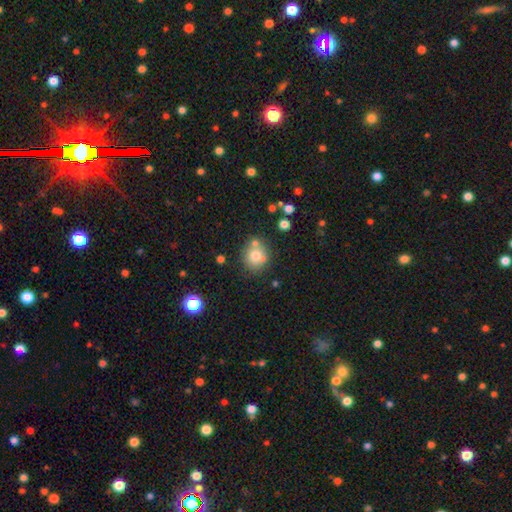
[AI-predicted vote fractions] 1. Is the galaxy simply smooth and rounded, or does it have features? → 73% smooth, 15% featured or disk, 12% star or artifact.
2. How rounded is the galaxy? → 83% round, 16% in between, 1% cigar-shaped.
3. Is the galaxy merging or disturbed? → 64% none, 20% merger, 12% minor disturbance, 4% major disturbance.